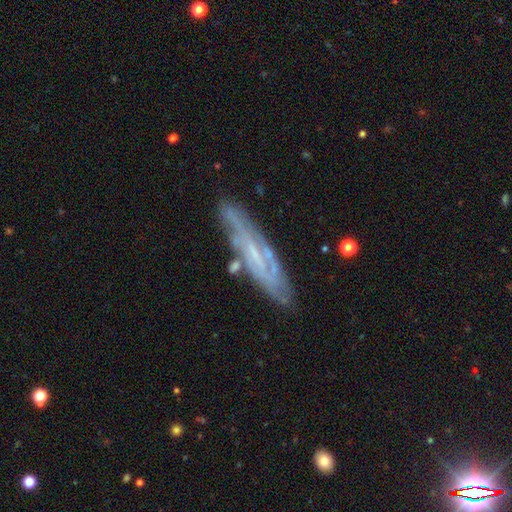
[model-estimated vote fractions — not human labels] Morphology: type=featured or disk (71%); edge-on=no (57%); merging=none (74%).